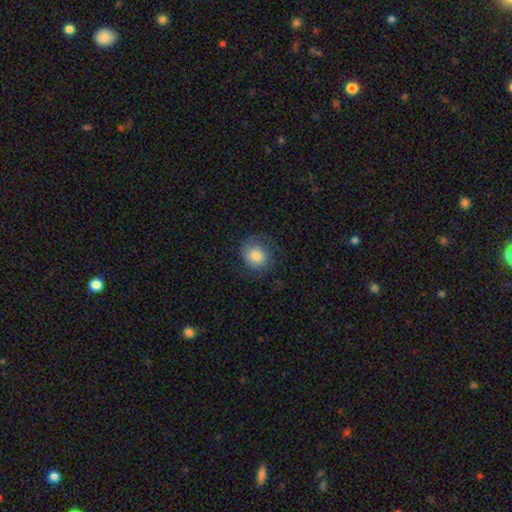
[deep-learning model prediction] smooth_or_featured: smooth (p=0.72) [alt: featured or disk p=0.20]
how_rounded: round (p=0.76) [alt: in between p=0.23]
merging: none (p=0.70) [alt: minor disturbance p=0.19]